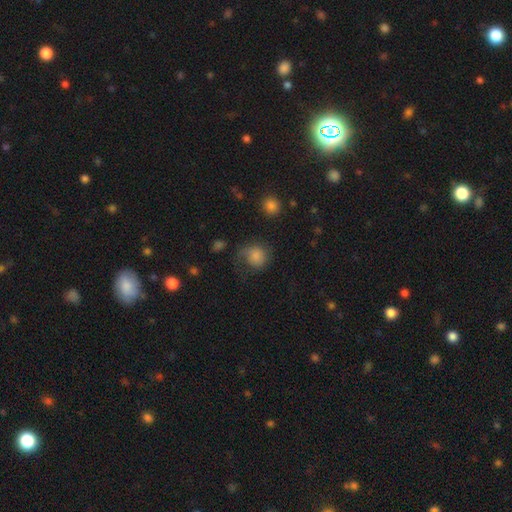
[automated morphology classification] Smooth or featured: smooth — 78% (featured or disk — 11%)
How rounded: round — 78% (in between — 21%)
Merging: none — 49% (minor disturbance — 25%)